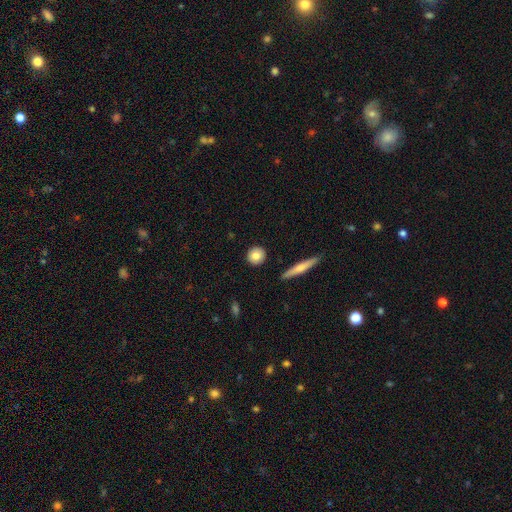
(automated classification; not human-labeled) Smooth or featured: smooth — 80% (featured or disk — 13%)
How rounded: round — 89% (in between — 9%)
Merging: none — 91% (minor disturbance — 6%)